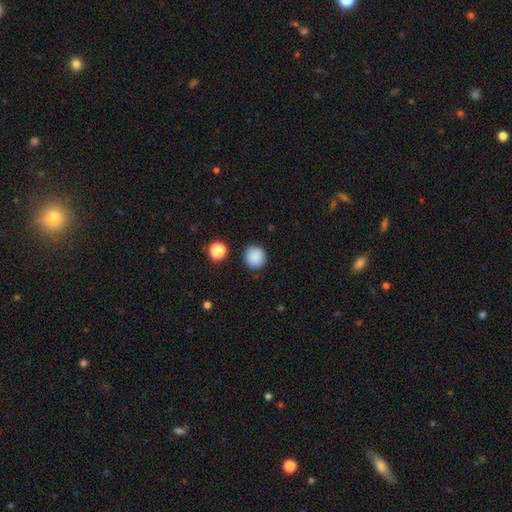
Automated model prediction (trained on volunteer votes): The model was most divided on "smooth or featured": smooth: 87%, star or artifact: 10%, featured or disk: 3%. More confident: how rounded — round (91%); merging — none (88%).